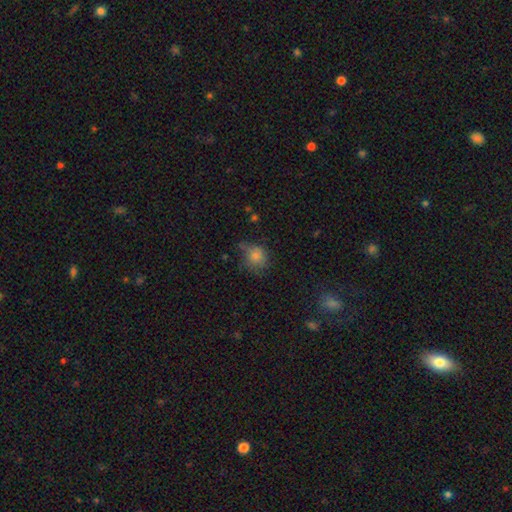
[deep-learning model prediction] Smooth or featured? Predicted: smooth (p=0.75). How rounded? Predicted: round (p=0.68). Merging? Predicted: none (p=0.46).